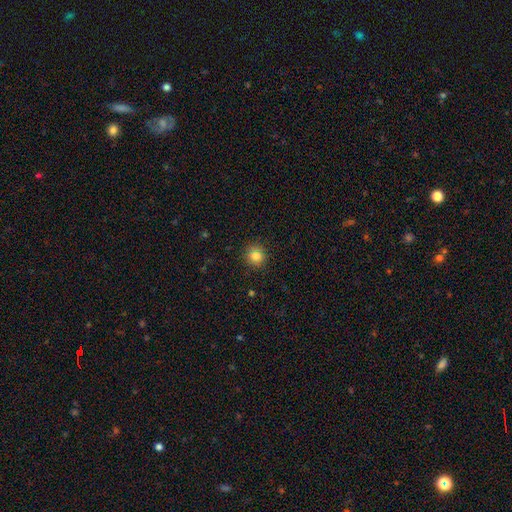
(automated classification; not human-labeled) This is clearly a smooth galaxy (82%). How rounded: clearly round (90%). Merging: clearly none (89%).